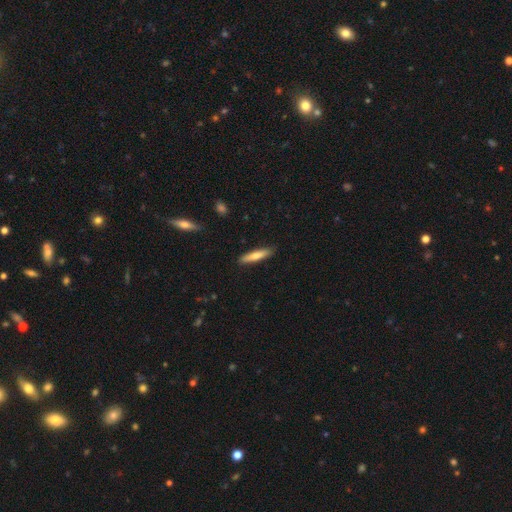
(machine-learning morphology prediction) Overall: smooth (71%). How rounded: cigar-shaped (86%). Merging: none (89%).